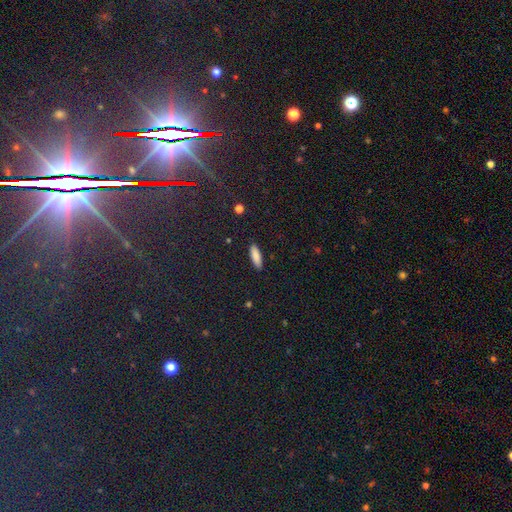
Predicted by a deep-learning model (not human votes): Smooth or featured? smooth (86%)
How rounded? cigar-shaped (57%)
Merging? none (90%)